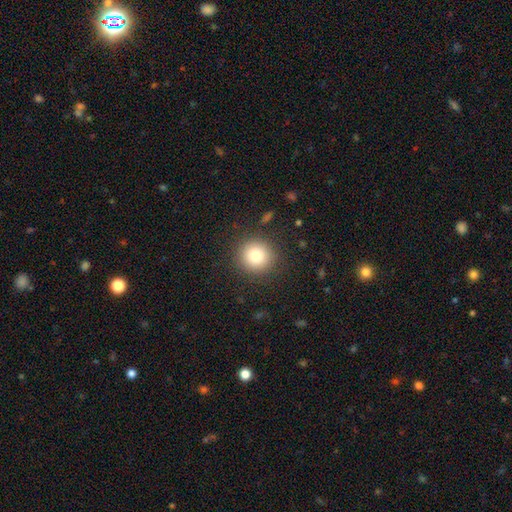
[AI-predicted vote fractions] Smooth or featured: smooth — 80% (star or artifact — 11%)
How rounded: round — 93% (in between — 6%)
Merging: none — 89% (minor disturbance — 7%)